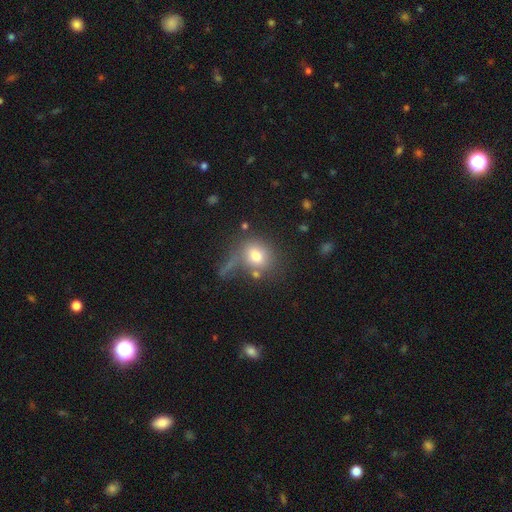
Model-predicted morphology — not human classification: A smooth galaxy with no disk features (73%) that is round (65%). Merging: none (57%).